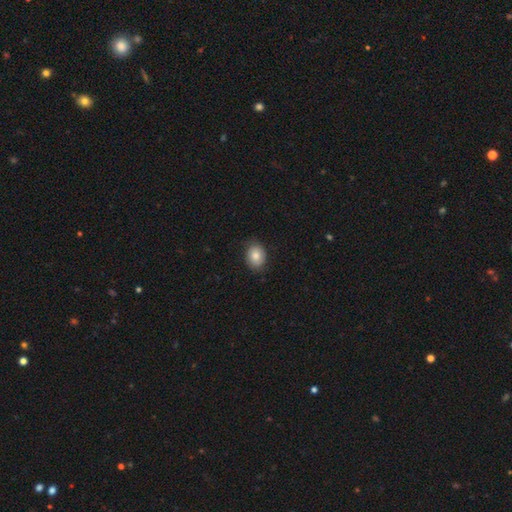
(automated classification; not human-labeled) A smooth galaxy with no disk features (83%) that is in between round and cigar-shaped (54%).

Vote fractions:
- Smooth or featured? smooth: 83% / featured or disk: 10% / star or artifact: 8%
- How rounded? in between: 54% / round: 45% / cigar-shaped: 1%
- Merging? none: 80% / minor disturbance: 16% / major disturbance: 3% / merger: 1%